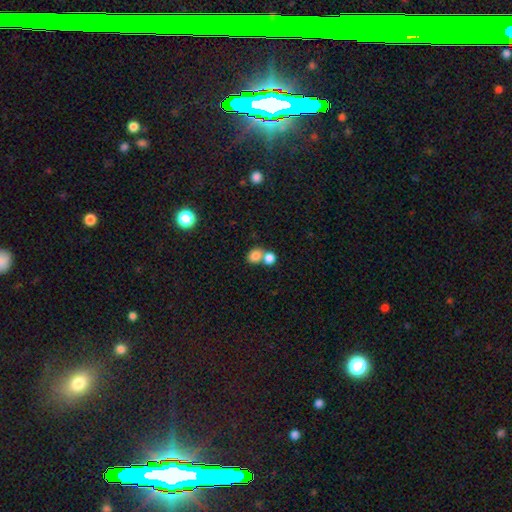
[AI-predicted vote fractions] Smooth or featured: smooth — 82% (star or artifact — 10%)
How rounded: round — 65% (in between — 34%)
Merging: merger — 51% (none — 38%)